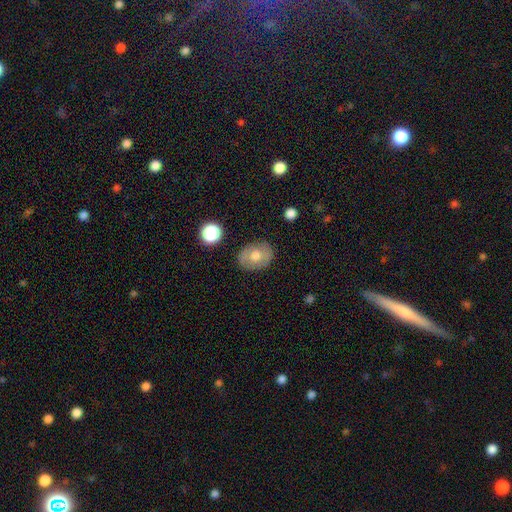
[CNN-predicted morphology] Smooth or featured: smooth — 64% (featured or disk — 27%)
How rounded: in between — 57% (round — 42%)
Merging: none — 83% (minor disturbance — 12%)